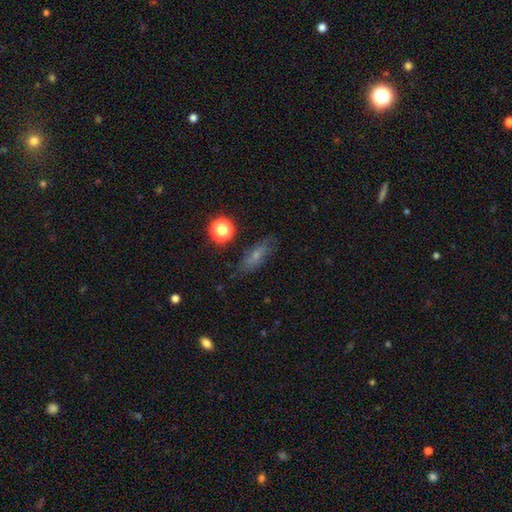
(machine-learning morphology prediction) A smooth galaxy with no disk features (58%) that is in between round and cigar-shaped (62%). Merging: none (73%).